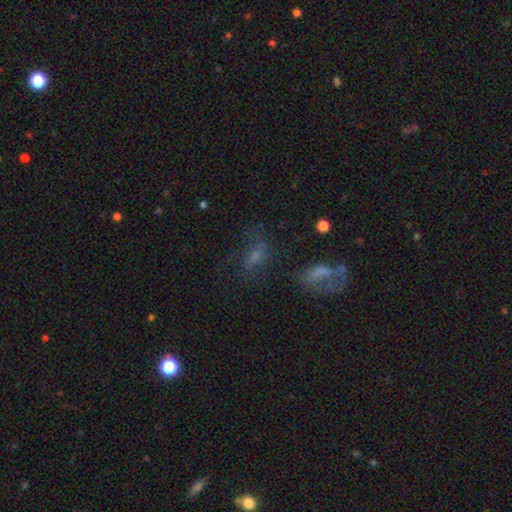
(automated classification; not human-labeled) A smooth galaxy with no disk features (43%).

Vote fractions:
- Smooth or featured? smooth: 43% / featured or disk: 35% / star or artifact: 23%
- Merging? none: 45% / major disturbance: 28% / minor disturbance: 20% / merger: 8%